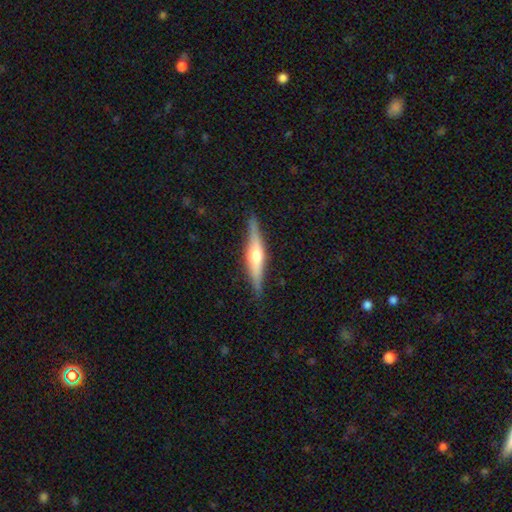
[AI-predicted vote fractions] This appears to be a featured or disk galaxy (67%) viewed edge-on (96%) with a rounded central bulge (90%). Merging: none (87%).